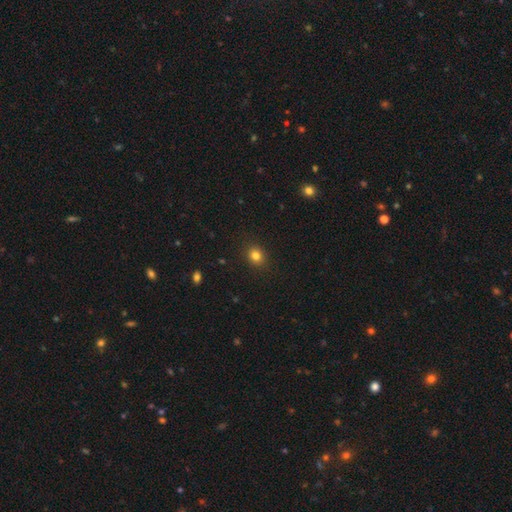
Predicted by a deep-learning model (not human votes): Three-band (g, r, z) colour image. It shows a smooth galaxy with no disk features (82%) that is round (69%). Merging: none (90%).